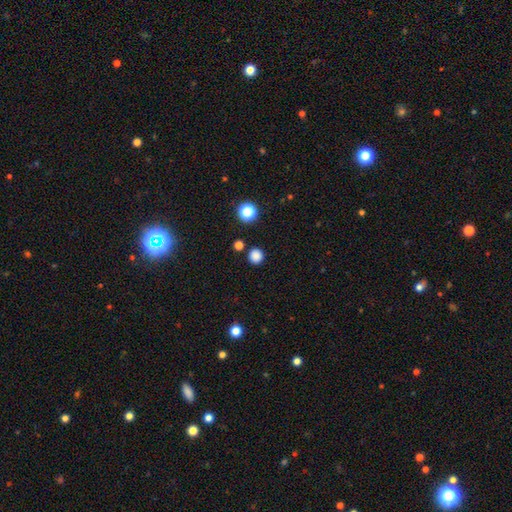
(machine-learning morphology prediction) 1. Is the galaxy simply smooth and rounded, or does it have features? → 84% smooth, 13% star or artifact, 3% featured or disk.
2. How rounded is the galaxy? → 94% round, 5% in between, 1% cigar-shaped.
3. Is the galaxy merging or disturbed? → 89% none, 6% minor disturbance, 3% merger, 2% major disturbance.